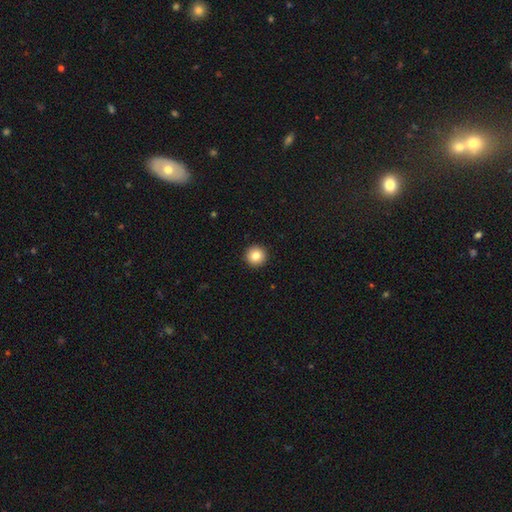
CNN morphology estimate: This appears to be a smooth galaxy with no disk features (83%) that is round (96%). Merging: none (94%).